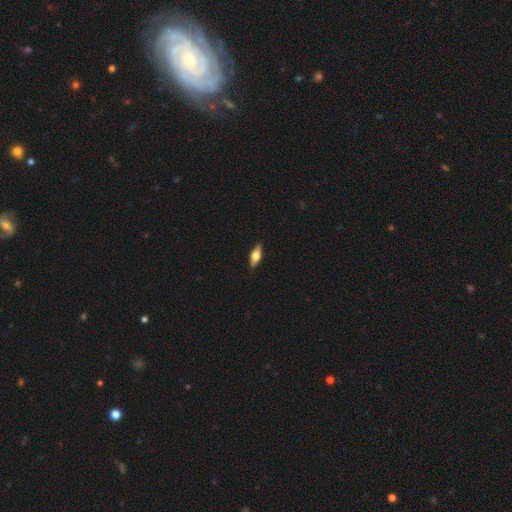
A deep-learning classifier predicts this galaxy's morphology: smooth_or_featured: smooth (p=0.52) [alt: featured or disk p=0.42]
how_rounded: in between (p=0.71) [alt: cigar-shaped p=0.25]
merging: none (p=0.89) [alt: minor disturbance p=0.09]